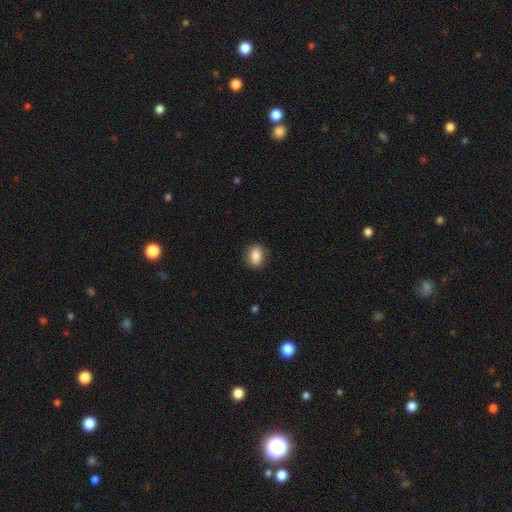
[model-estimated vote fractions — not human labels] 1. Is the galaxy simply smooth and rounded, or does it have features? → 85% smooth, 8% star or artifact, 7% featured or disk.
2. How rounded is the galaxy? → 71% in between, 28% round, 2% cigar-shaped.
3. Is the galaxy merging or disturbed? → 82% none, 14% minor disturbance, 3% major disturbance, 1% merger.